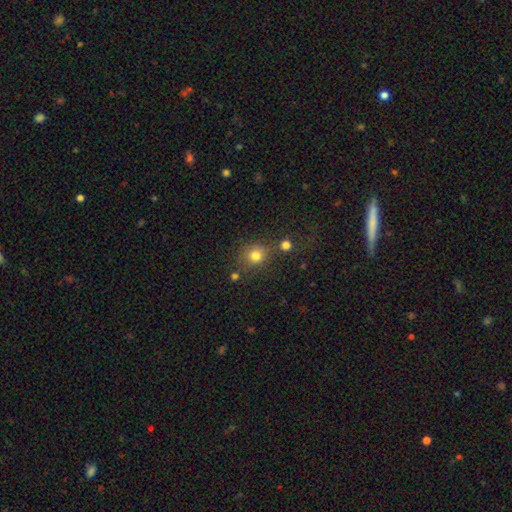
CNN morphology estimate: Overall: smooth (78%). How rounded: round (85%). Merging: none (67%).